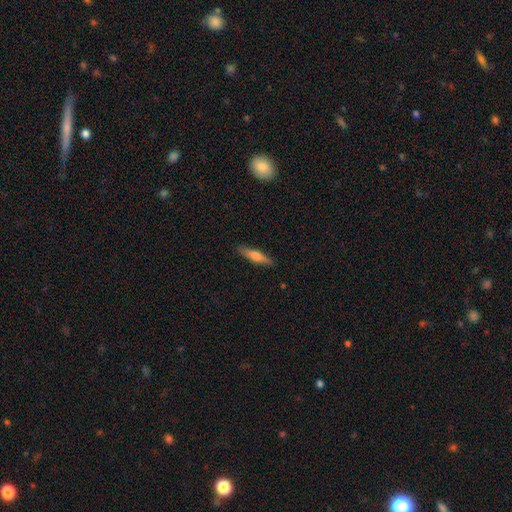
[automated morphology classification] A smooth galaxy with no disk features (54%) that is cigar-shaped (79%).

Vote fractions:
- Smooth or featured? smooth: 54% / featured or disk: 39% / star or artifact: 6%
- How rounded? cigar-shaped: 79% / in between: 19% / round: 2%
- Merging? none: 89% / minor disturbance: 8% / major disturbance: 2% / merger: 1%